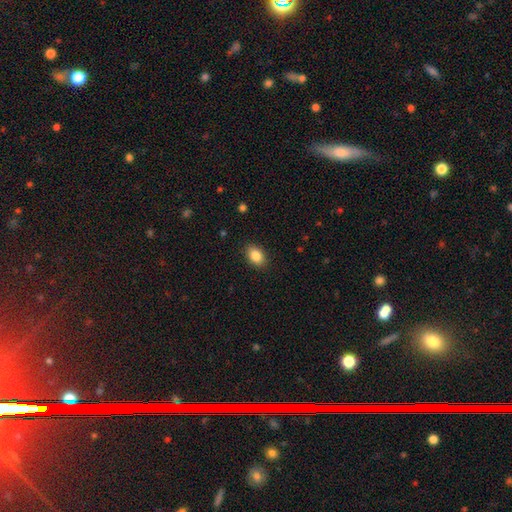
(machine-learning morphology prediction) Overall: smooth (86%). How rounded: in between (84%). Merging: none (88%).